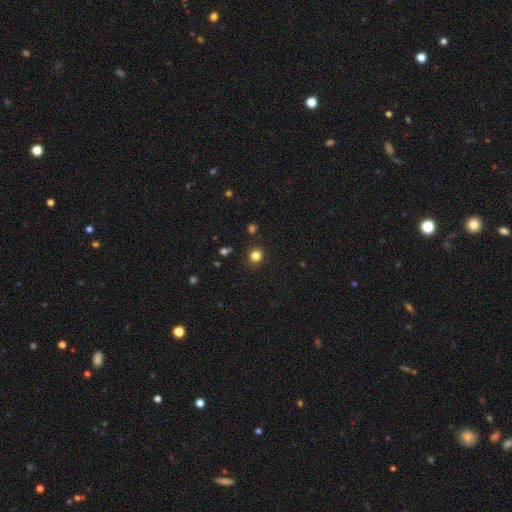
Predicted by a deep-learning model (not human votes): A smooth galaxy with no disk features (81%) that is round (81%). Merging: none (87%).